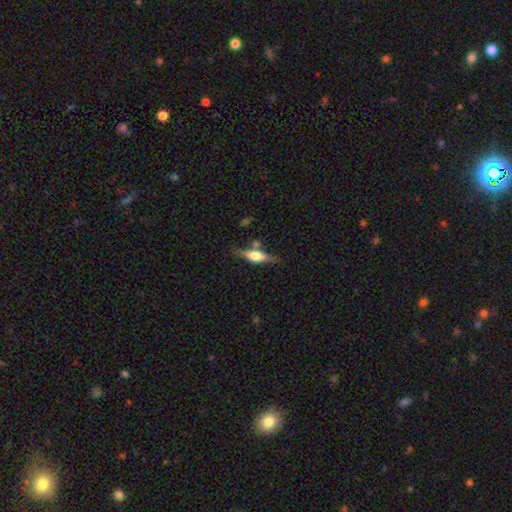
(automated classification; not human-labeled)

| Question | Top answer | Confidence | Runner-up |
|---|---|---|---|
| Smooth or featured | featured or disk | 55% | smooth (38%) |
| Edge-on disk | yes | 92% | no (8%) |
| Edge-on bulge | rounded | 89% | boxy (9%) |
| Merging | none | 70% | minor disturbance (16%) |